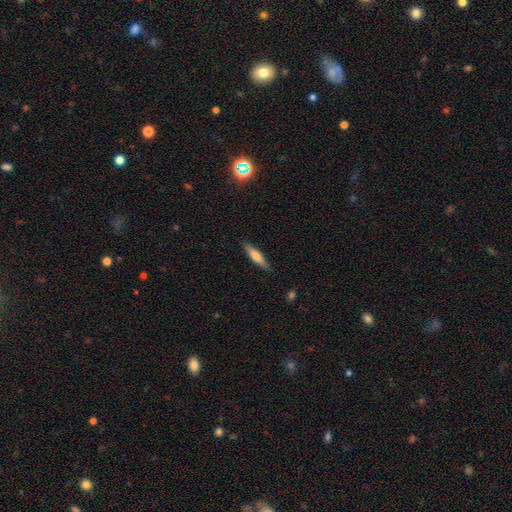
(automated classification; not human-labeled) Smooth or featured? Predicted: smooth (p=0.62). How rounded? Predicted: cigar-shaped (p=0.84). Merging? Predicted: none (p=0.87).